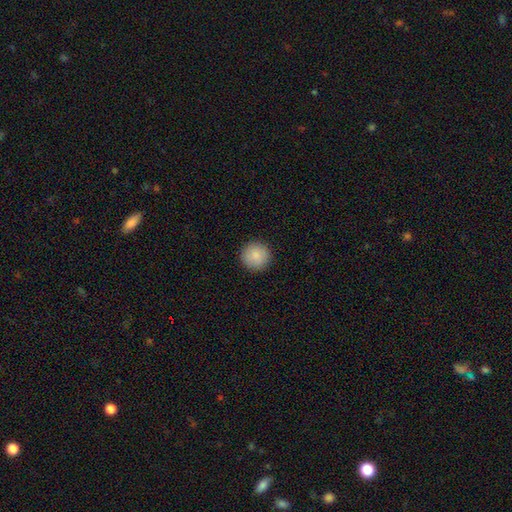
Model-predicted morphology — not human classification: Overall: smooth (88%). How rounded: round (96%). Merging: none (92%).